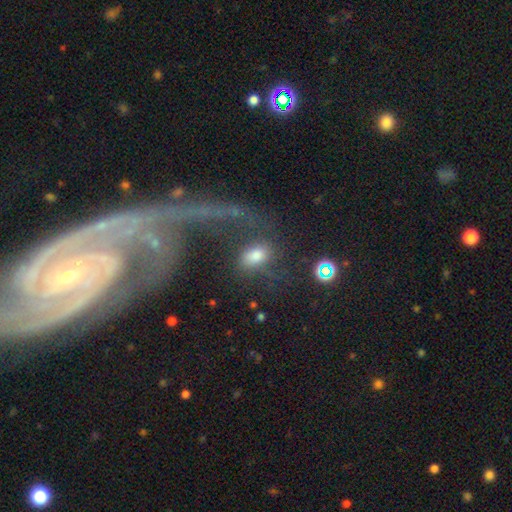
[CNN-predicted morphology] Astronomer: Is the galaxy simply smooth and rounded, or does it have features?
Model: smooth — 60%.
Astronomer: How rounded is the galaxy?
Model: in between — 78%.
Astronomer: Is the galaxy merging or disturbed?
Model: none — 42% (runner-up: major disturbance, 27%).